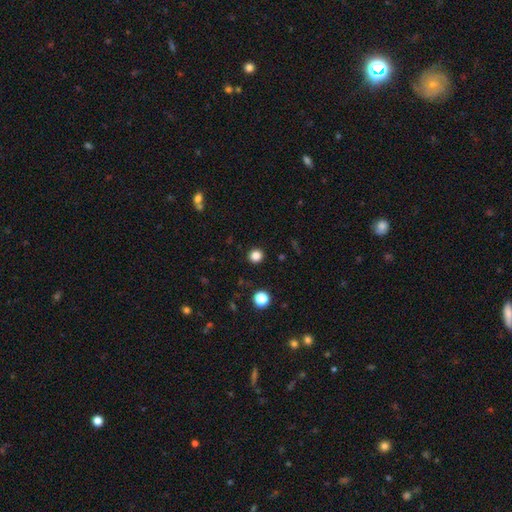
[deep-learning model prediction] smooth-or-featured: smooth: 84% | star or artifact: 13% | featured or disk: 3%
  how-rounded: round: 91% | in between: 8% | cigar-shaped: 1%
  merging: none: 92% | minor disturbance: 5% | major disturbance: 2% | merger: 1%